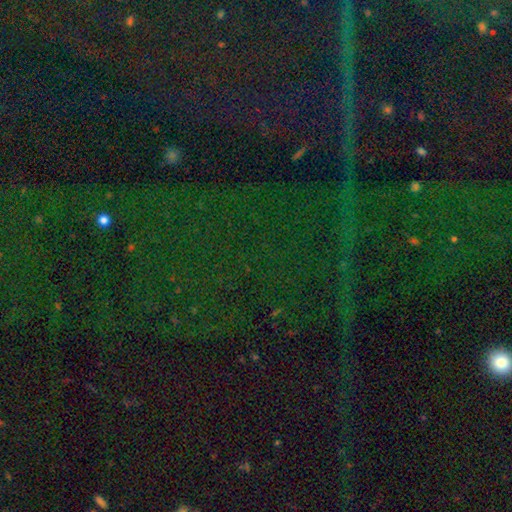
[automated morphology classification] Smooth or featured? Predicted: star or artifact (p=0.83).